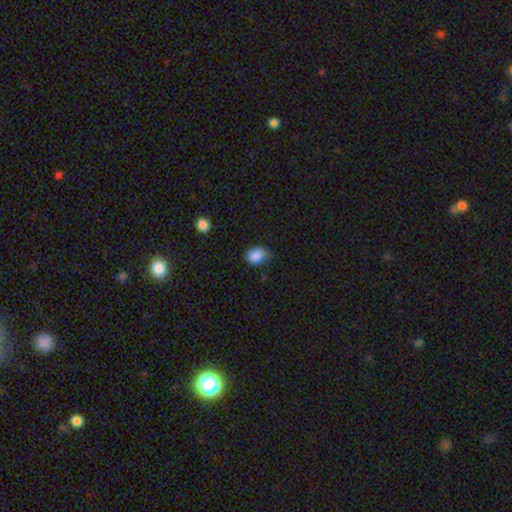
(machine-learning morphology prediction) A smooth galaxy with no disk features (87%) that is in between round and cigar-shaped (63%). Merging: none (71%).